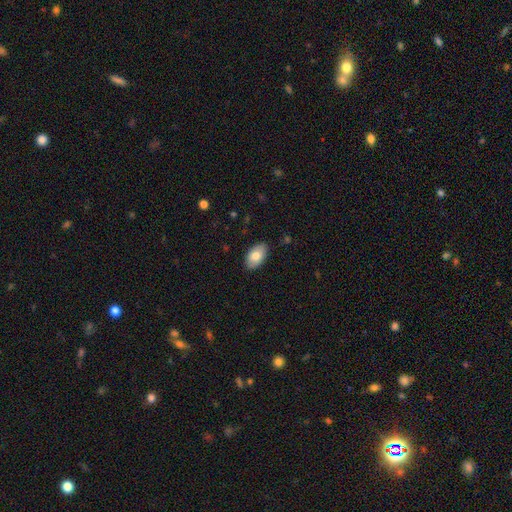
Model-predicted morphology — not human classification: The model was most divided on "smooth or featured": smooth: 79%, featured or disk: 15%, star or artifact: 6%. More confident: how rounded — in between (94%); merging — none (86%).